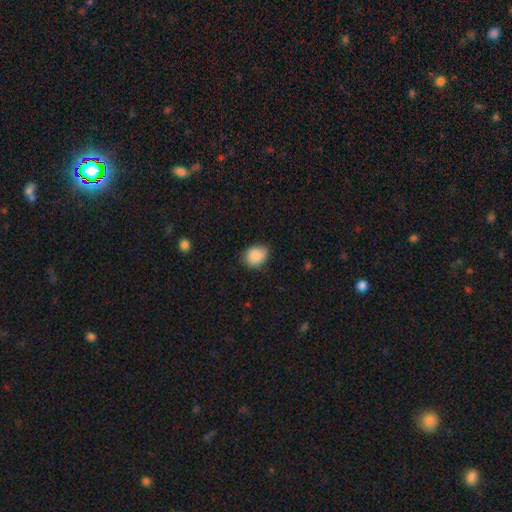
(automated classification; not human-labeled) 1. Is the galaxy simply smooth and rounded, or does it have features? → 87% smooth, 8% star or artifact, 5% featured or disk.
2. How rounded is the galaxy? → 50% in between, 49% round, 1% cigar-shaped.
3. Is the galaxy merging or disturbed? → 69% none, 26% minor disturbance, 4% major disturbance, 1% merger.